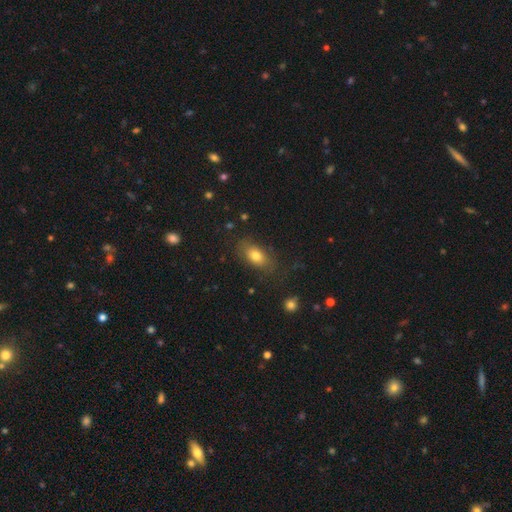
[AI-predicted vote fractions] smooth_or_featured: smooth (p=0.76) [alt: featured or disk p=0.14]
how_rounded: in between (p=0.86) [alt: round p=0.09]
merging: none (p=0.77) [alt: minor disturbance p=0.16]